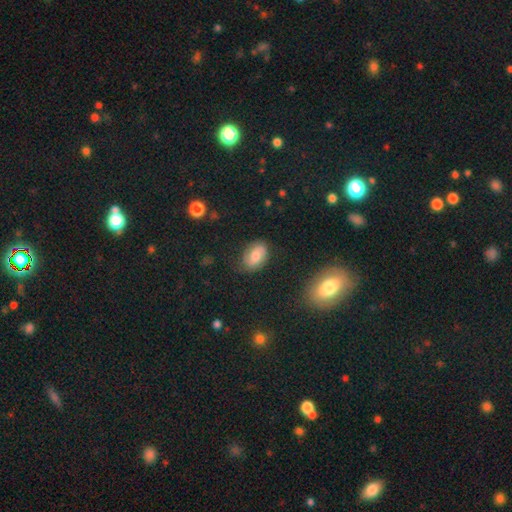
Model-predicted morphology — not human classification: Smooth or featured? smooth (58%)
How rounded? in between (82%)
Merging? none (77%)